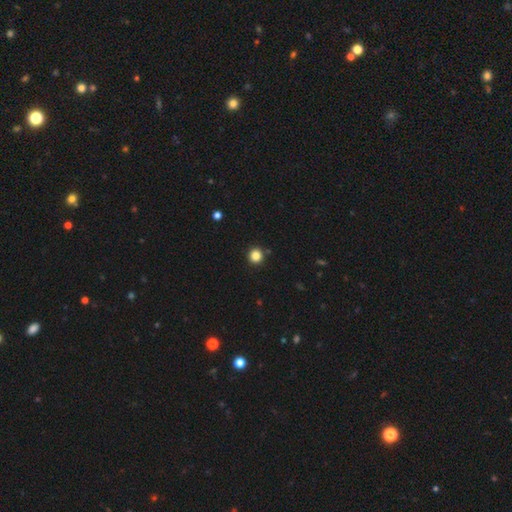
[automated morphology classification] This appears to be a smooth galaxy with no disk features (84%) that is round (94%). Merging: none (91%).